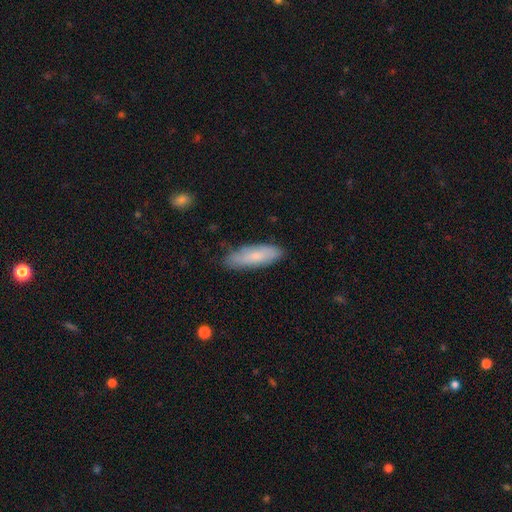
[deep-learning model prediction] Overall: smooth (72%). How rounded: cigar-shaped (51%; in between 47%). Merging: none (81%).